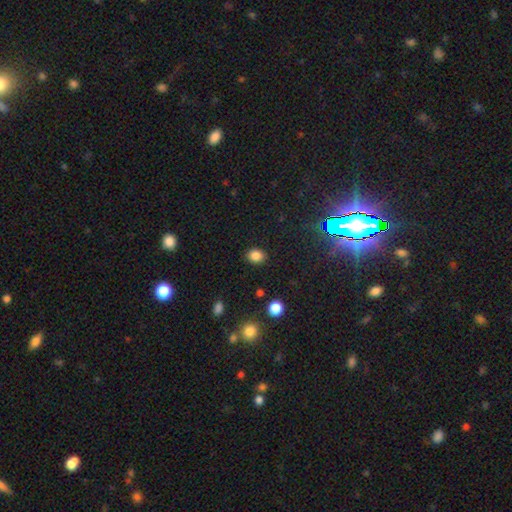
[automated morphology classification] A smooth galaxy with no disk features (84%) that is in between round and cigar-shaped (54%). Merging: none (88%).